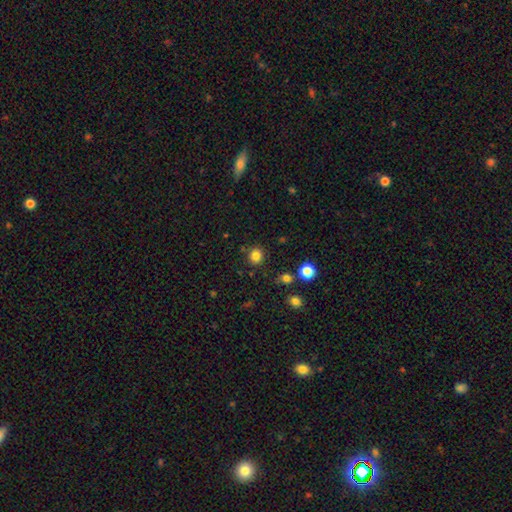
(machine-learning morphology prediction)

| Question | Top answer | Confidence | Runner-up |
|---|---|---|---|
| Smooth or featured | smooth | 82% | star or artifact (13%) |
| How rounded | round | 84% | in between (15%) |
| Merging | none | 85% | minor disturbance (9%) |